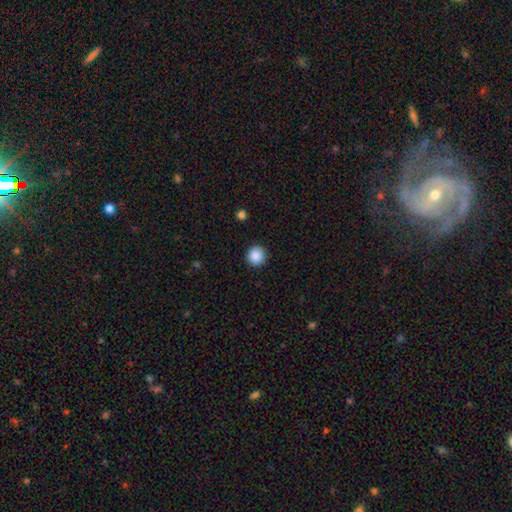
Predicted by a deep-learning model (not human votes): A smooth galaxy with no disk features (88%) that is round (95%).

Vote fractions:
- Smooth or featured? smooth: 88% / star or artifact: 9% / featured or disk: 3%
- How rounded? round: 95% / in between: 4% / cigar-shaped: 1%
- Merging? none: 93% / minor disturbance: 5% / major disturbance: 2% / merger: 1%